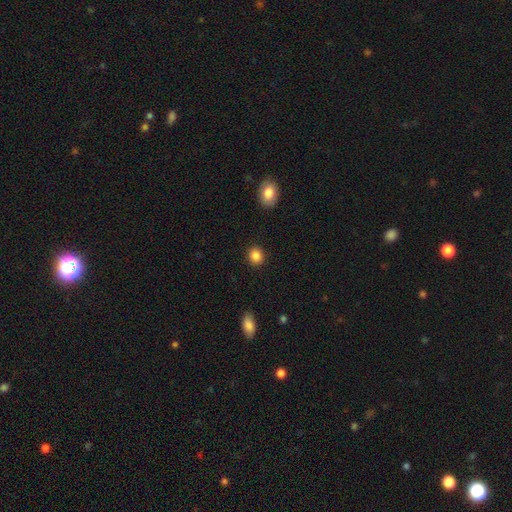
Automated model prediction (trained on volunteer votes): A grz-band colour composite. It shows a smooth galaxy with no disk features (87%) that is round (78%). Merging: none (90%).